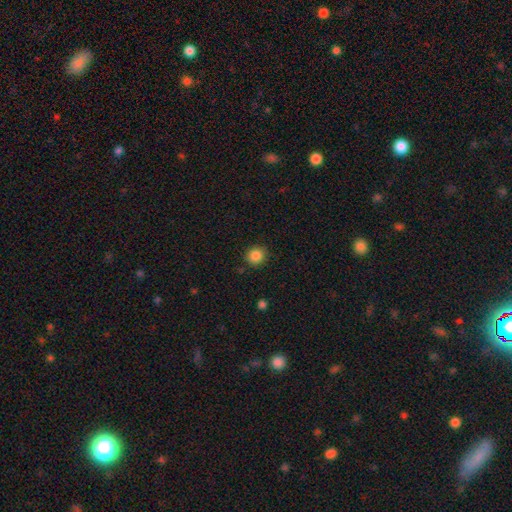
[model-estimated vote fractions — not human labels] Smooth or featured: smooth — 86% (star or artifact — 10%)
How rounded: round — 84% (in between — 15%)
Merging: none — 87% (minor disturbance — 9%)